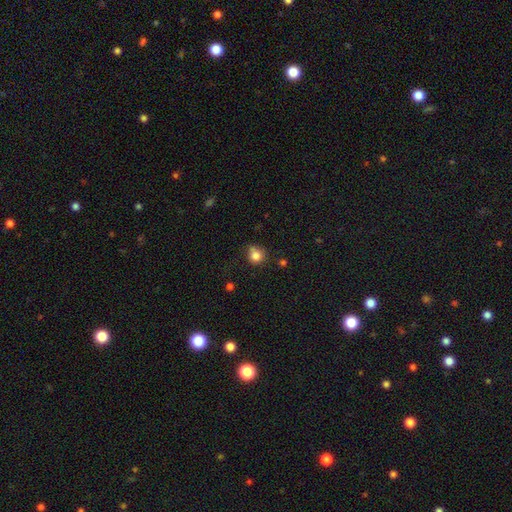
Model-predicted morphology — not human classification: Smooth or featured? smooth (81%)
How rounded? round (84%)
Merging? none (58%)